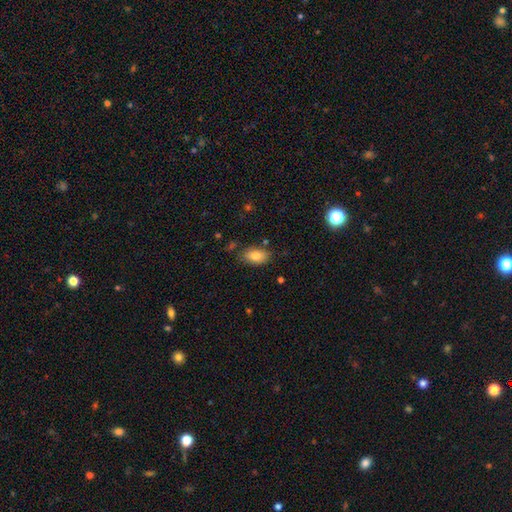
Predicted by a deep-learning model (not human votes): Smooth or featured? Predicted: smooth (p=0.84). How rounded? Predicted: in between (p=0.91). Merging? Predicted: none (p=0.79).